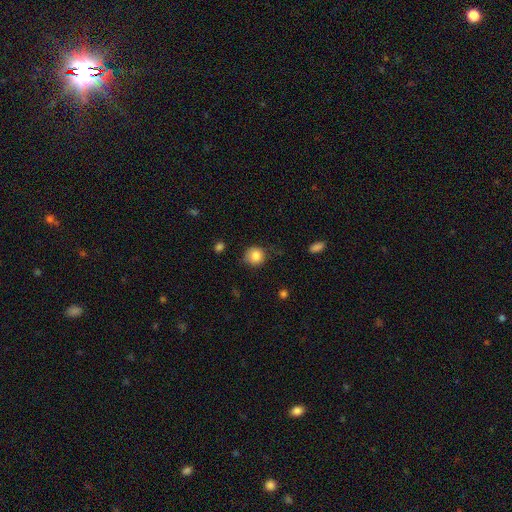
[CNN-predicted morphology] Smooth or featured? Predicted: smooth (p=0.84). How rounded? Predicted: round (p=0.88). Merging? Predicted: none (p=0.74).